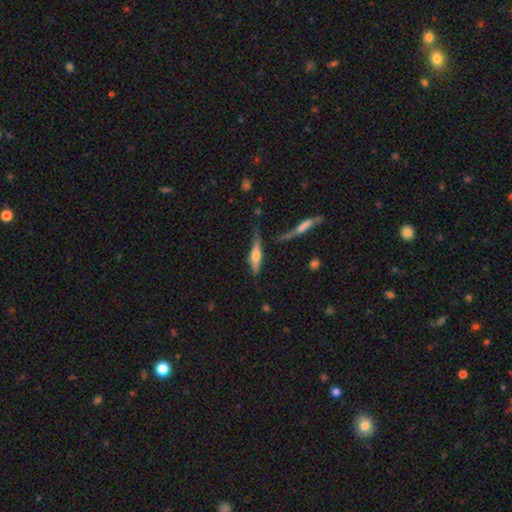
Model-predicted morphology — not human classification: Smooth or featured? featured or disk (52%)
Edge-on disk? yes (91%)
Merging? none (60%)